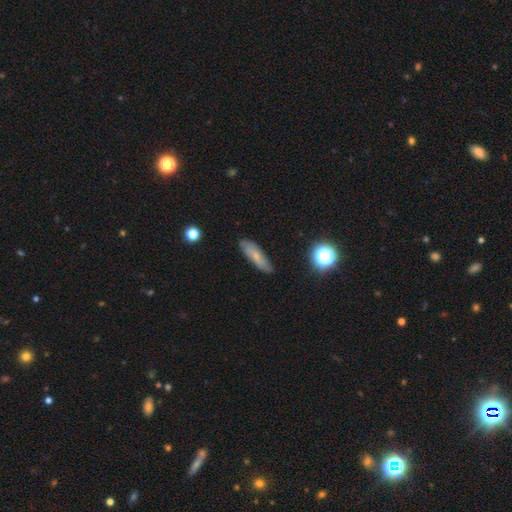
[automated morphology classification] Smooth or featured? smooth (65%)
How rounded? cigar-shaped (63%)
Merging? none (81%)